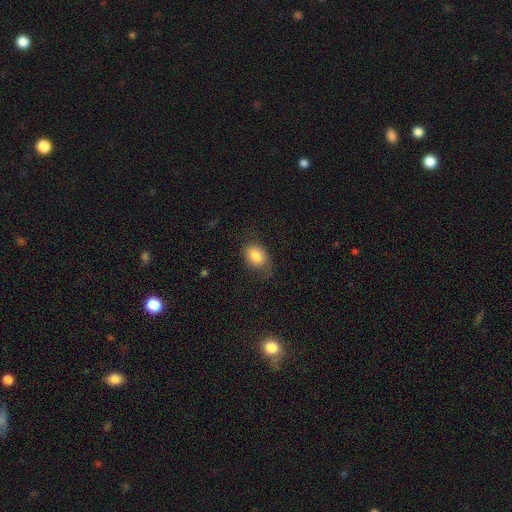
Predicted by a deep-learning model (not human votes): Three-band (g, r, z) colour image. It shows a smooth galaxy with no disk features (77%) that is in between round and cigar-shaped (75%). Merging: none (55%).